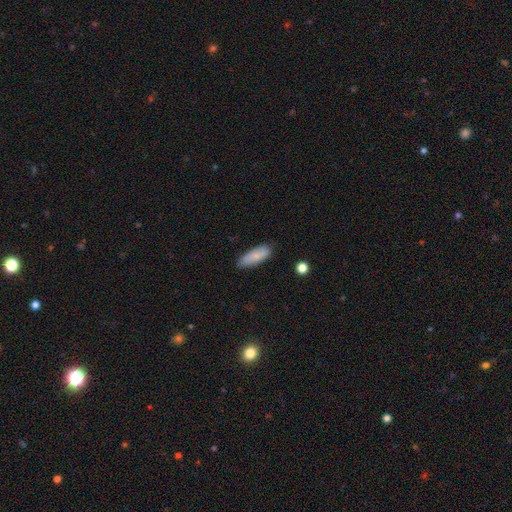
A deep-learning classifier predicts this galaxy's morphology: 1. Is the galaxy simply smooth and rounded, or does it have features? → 79% smooth, 15% featured or disk, 6% star or artifact.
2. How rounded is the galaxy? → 69% in between, 29% cigar-shaped, 2% round.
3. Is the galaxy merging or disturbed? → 80% none, 16% minor disturbance, 3% major disturbance, 2% merger.